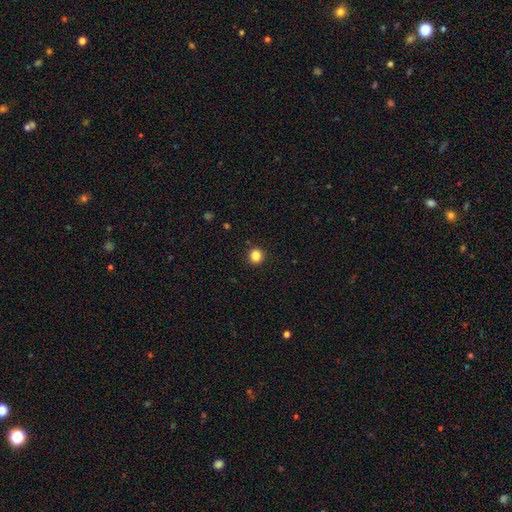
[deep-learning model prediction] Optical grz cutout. It shows a smooth galaxy with no disk features (84%) that is round (93%). Merging: none (93%).